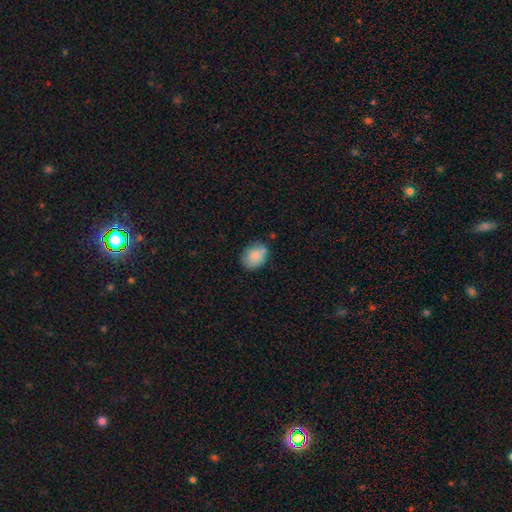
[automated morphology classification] Smooth or featured?
  - smooth: 83% *
  - featured or disk: 9%
  - star or artifact: 8%
How rounded?
  - in between: 63% *
  - round: 36%
  - cigar-shaped: 1%
Merging?
  - none: 71% *
  - minor disturbance: 23%
  - major disturbance: 4%
  - merger: 2%